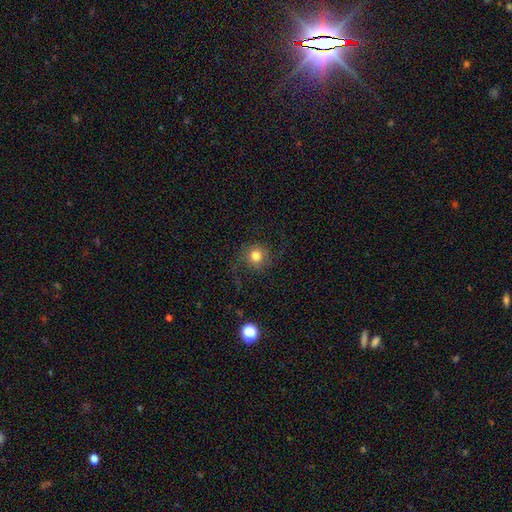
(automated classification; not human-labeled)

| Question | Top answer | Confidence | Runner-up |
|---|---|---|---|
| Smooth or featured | smooth | 72% | featured or disk (17%) |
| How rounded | round | 89% | in between (10%) |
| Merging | none | 69% | minor disturbance (15%) |